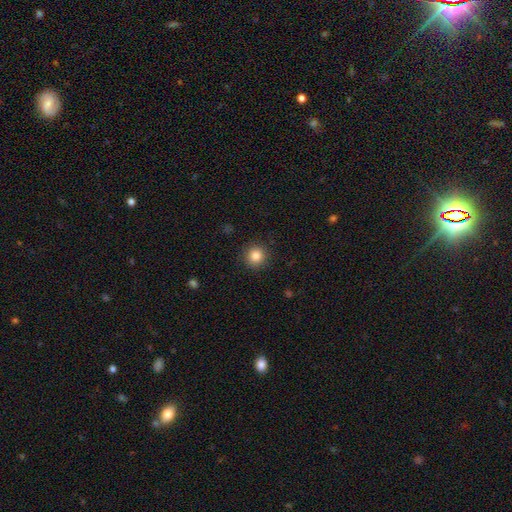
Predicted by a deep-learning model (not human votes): Smooth or featured? Predicted: smooth (p=0.85). How rounded? Predicted: round (p=0.93). Merging? Predicted: none (p=0.90).